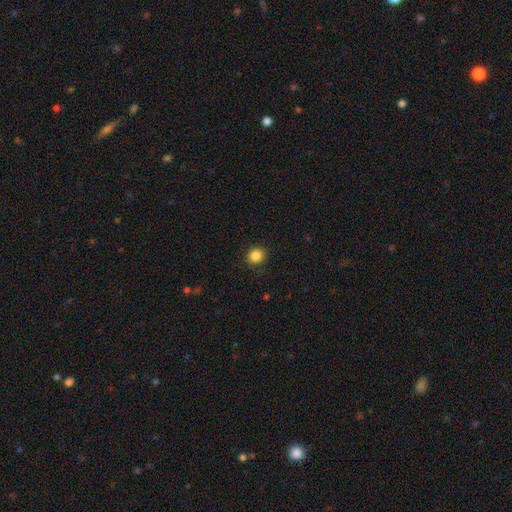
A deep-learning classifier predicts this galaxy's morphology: Overall: smooth (86%). How rounded: round (90%). Merging: none (91%).